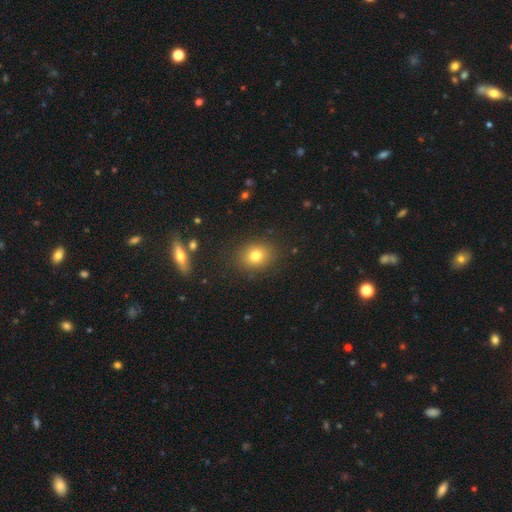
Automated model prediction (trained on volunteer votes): Smooth or featured: smooth — 77% (star or artifact — 13%)
How rounded: round — 59% (in between — 40%)
Merging: none — 87% (minor disturbance — 9%)